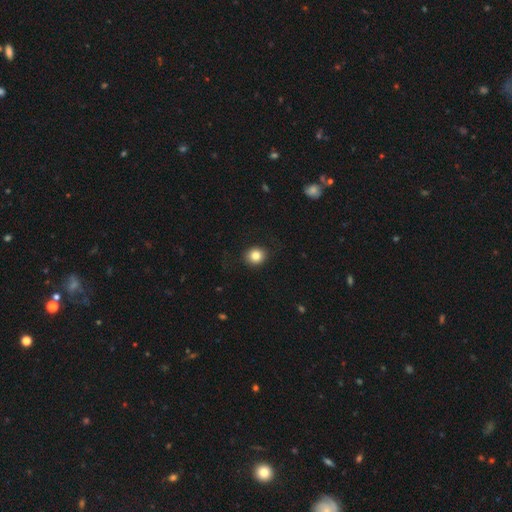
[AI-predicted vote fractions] Smooth or featured? Predicted: smooth (p=0.83). How rounded? Predicted: round (p=0.80). Merging? Predicted: none (p=0.89).